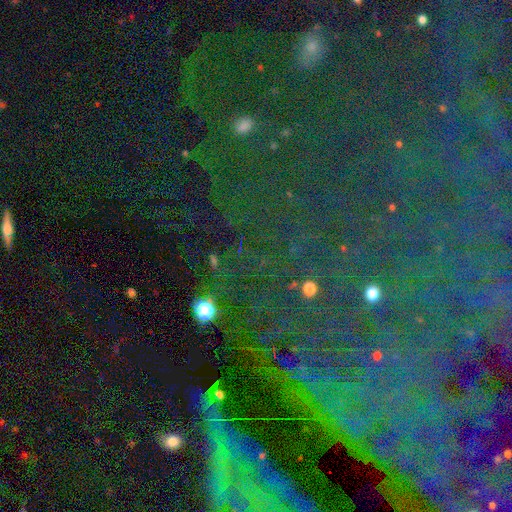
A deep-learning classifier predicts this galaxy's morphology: This appears to be a star or artifact, not a galaxy (74%).